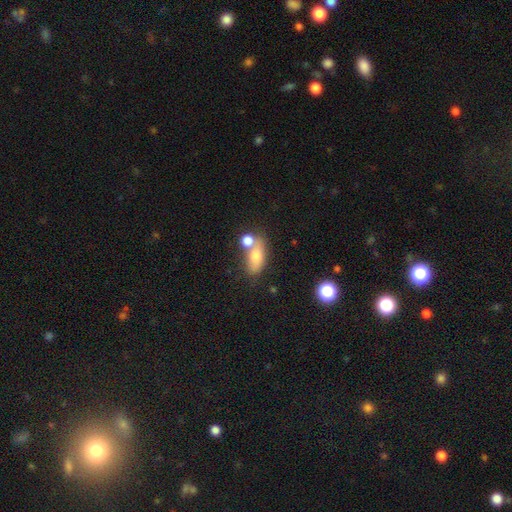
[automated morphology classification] A smooth galaxy with no disk features (74%) that is in between round and cigar-shaped (80%).

Vote fractions:
- Smooth or featured? smooth: 74% / featured or disk: 15% / star or artifact: 10%
- How rounded? in between: 80% / round: 13% / cigar-shaped: 7%
- Merging? none: 45% / merger: 31% / minor disturbance: 16% / major disturbance: 7%